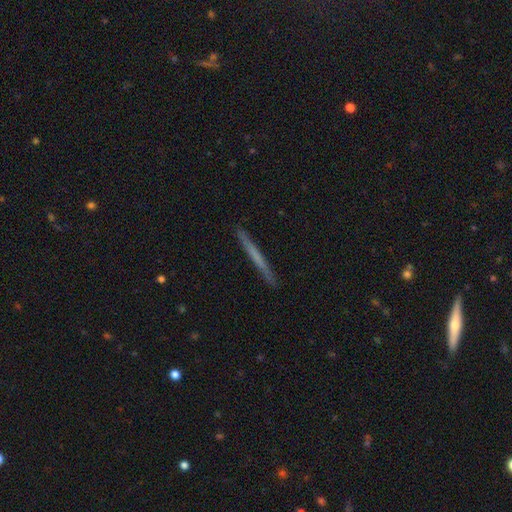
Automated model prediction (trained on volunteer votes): Morphology: type=smooth (51%); roundness=cigar-shaped (97%); merging=none (92%).